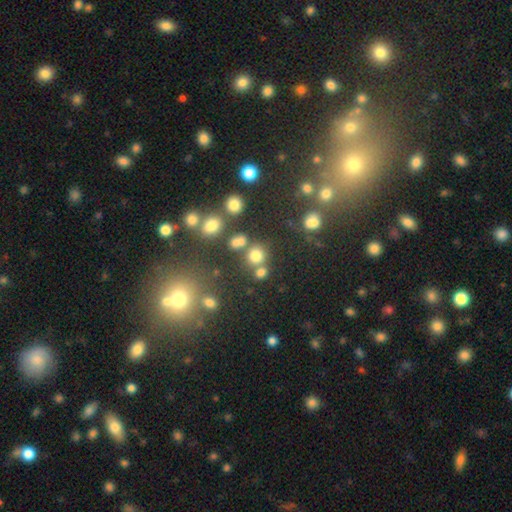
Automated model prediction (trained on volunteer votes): Smooth or featured? Predicted: smooth (p=0.73). How rounded? Predicted: round (p=0.84). Merging? Predicted: none (p=0.61).